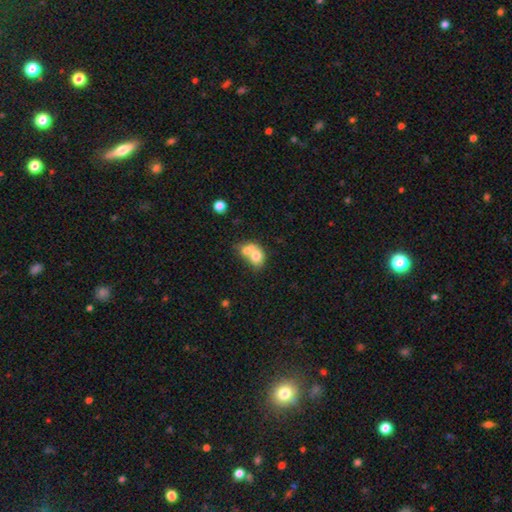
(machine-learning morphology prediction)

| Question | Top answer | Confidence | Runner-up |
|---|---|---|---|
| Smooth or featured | smooth | 67% | featured or disk (24%) |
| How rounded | in between | 54% | round (45%) |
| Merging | merger | 68% | none (19%) |